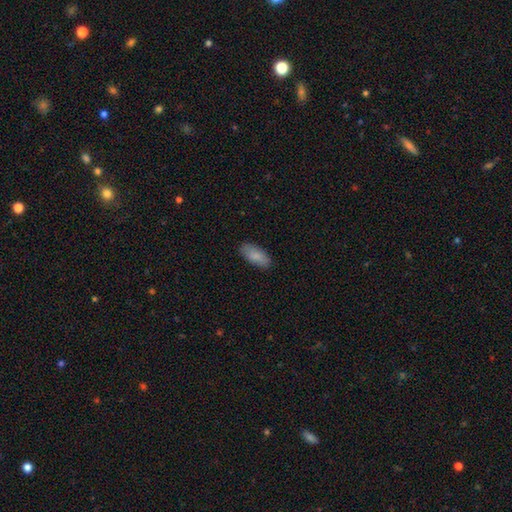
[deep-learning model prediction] Q: Smooth or featured?
A: smooth (86%); runner-up: featured or disk (8%)
Q: How rounded?
A: in between (88%); runner-up: cigar-shaped (10%)
Q: Merging?
A: none (86%); runner-up: minor disturbance (10%)